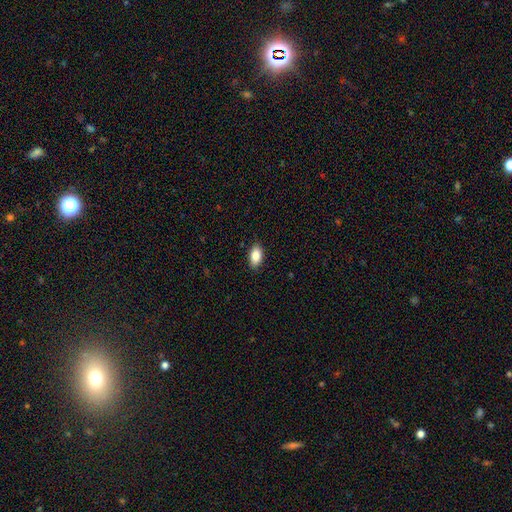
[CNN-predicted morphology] smooth 87%, star or artifact 7%, featured or disk 6%. Down the decision tree: how rounded — in between (91%); merging — none (88%).